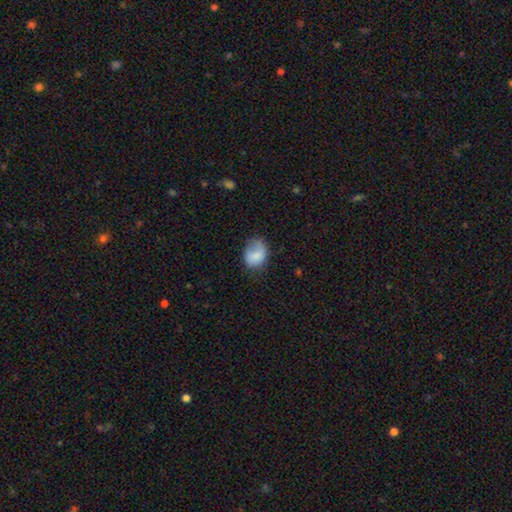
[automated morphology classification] smooth_or_featured: smooth (p=0.81) [alt: featured or disk p=0.11]
how_rounded: in between (p=0.65) [alt: round p=0.34]
merging: none (p=0.52) [alt: minor disturbance p=0.32]